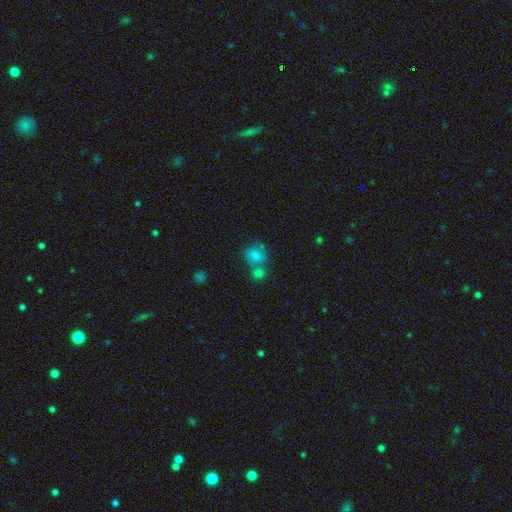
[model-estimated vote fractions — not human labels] Smooth or featured?
  - smooth: 79% *
  - featured or disk: 11%
  - star or artifact: 10%
How rounded?
  - round: 72% *
  - in between: 27%
  - cigar-shaped: 1%
Merging?
  - merger: 41% * (tied)
  - none: 41% * (tied)
  - minor disturbance: 12%
  - major disturbance: 6%